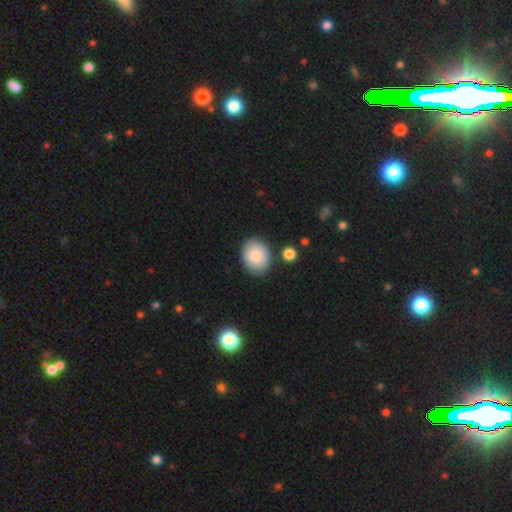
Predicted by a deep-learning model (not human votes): Overall: smooth (84%). How rounded: in between (61%; round 38%). Merging: none (82%).